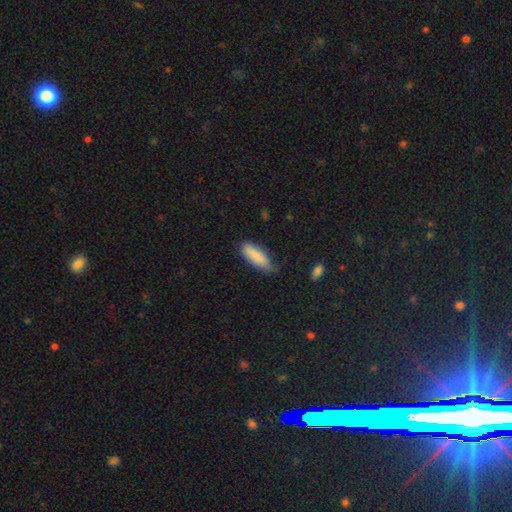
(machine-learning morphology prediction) A smooth galaxy with no disk features (84%) that is in between round and cigar-shaped (65%). Merging: none (58%).